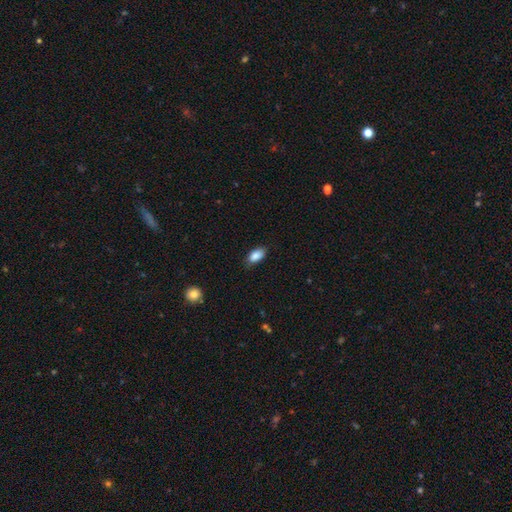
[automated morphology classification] Q: Smooth or featured?
A: smooth (87%); runner-up: star or artifact (7%)
Q: How rounded?
A: in between (91%); runner-up: cigar-shaped (5%)
Q: Merging?
A: none (80%); runner-up: minor disturbance (16%)